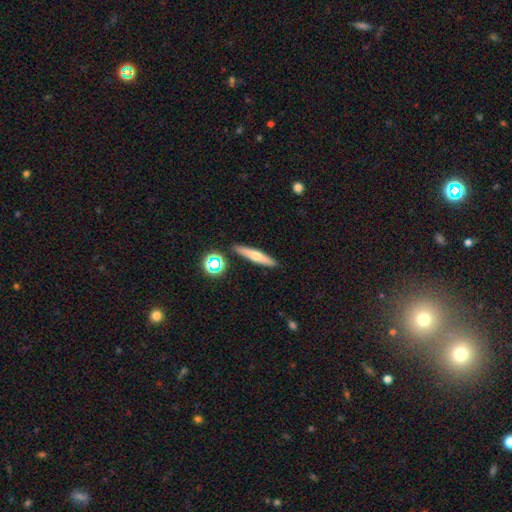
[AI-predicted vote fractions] smooth-or-featured: smooth: 53% | featured or disk: 38% | star or artifact: 9%
  how-rounded: cigar-shaped: 85% | in between: 12% | round: 3%
  merging: none: 88% | minor disturbance: 7% | merger: 3% | major disturbance: 2%